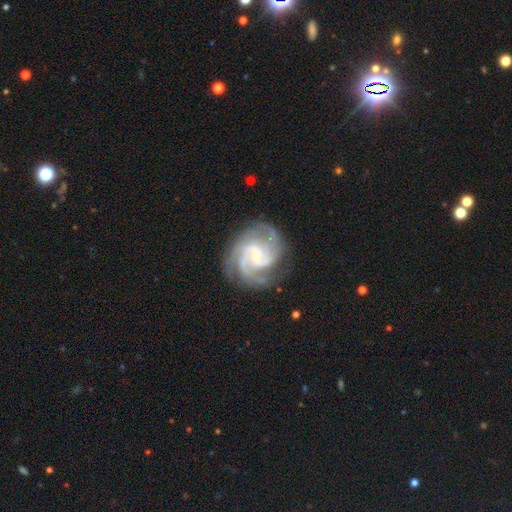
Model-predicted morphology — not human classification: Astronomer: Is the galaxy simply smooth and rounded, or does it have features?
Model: featured or disk — 91%.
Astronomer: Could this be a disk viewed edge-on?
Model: no — 98%.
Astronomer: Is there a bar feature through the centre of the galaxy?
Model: weak — 46% (runner-up: no, 43%).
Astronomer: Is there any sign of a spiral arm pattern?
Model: yes — 98%.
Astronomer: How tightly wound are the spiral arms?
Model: tight — 51% (runner-up: medium, 43%).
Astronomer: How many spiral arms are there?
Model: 3 — 44%.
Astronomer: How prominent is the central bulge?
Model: small — 72%.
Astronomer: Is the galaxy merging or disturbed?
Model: none — 76%.